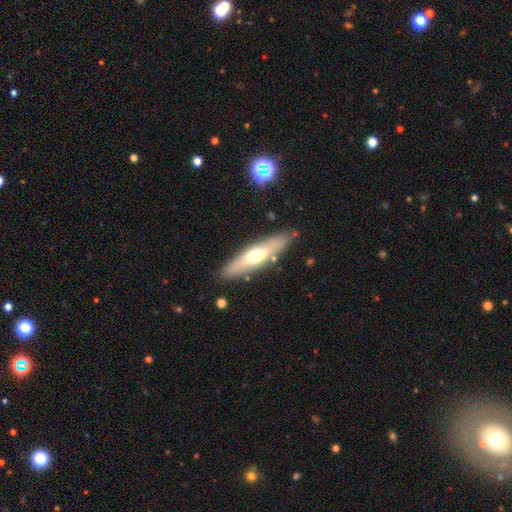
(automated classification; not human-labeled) This is possibly a smooth galaxy (50%). How rounded: likely cigar-shaped (73%). Merging: clearly none (85%).